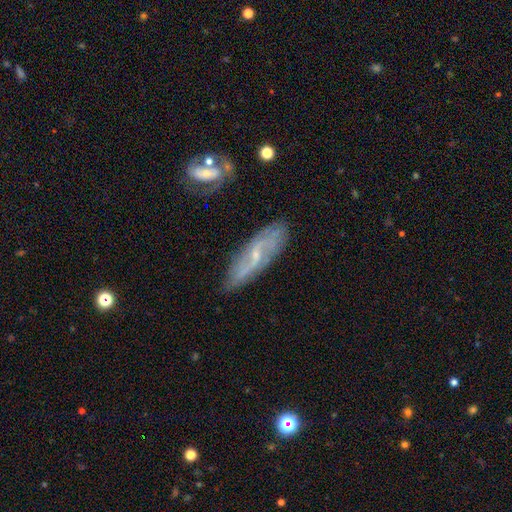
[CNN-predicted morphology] This is likely a featured or disk galaxy (68%). It is likely not viewed edge-on (75%). Bar: marginally weak (45%). Spiral arm pattern: likely yes (78%). Central bulge: likely small (71%). Merging: likely none (73%).